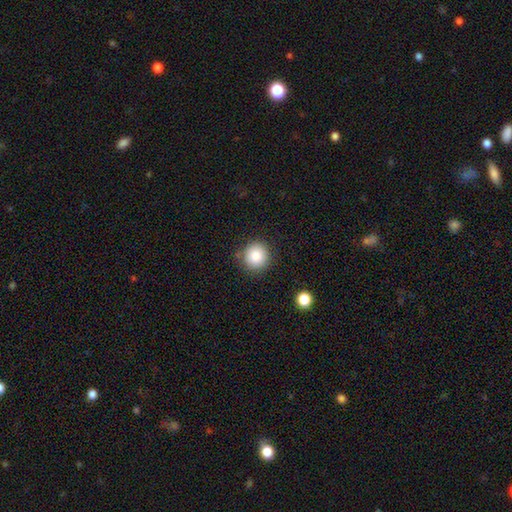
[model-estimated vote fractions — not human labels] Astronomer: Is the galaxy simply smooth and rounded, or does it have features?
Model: smooth — 85%.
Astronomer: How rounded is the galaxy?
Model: round — 93%.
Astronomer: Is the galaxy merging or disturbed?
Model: none — 86%.